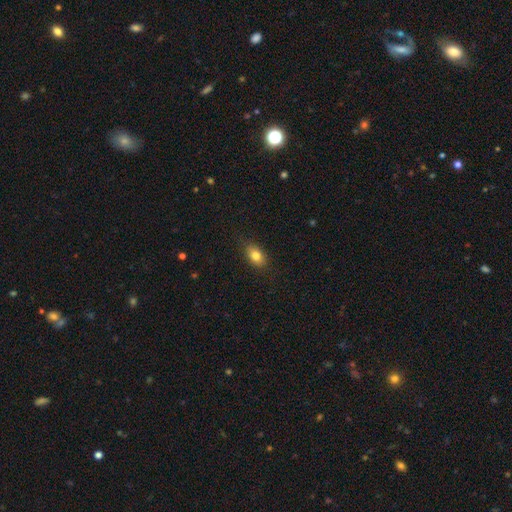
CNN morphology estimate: This is clearly a smooth galaxy (81%). How rounded: clearly in between (83%). Merging: clearly none (83%).